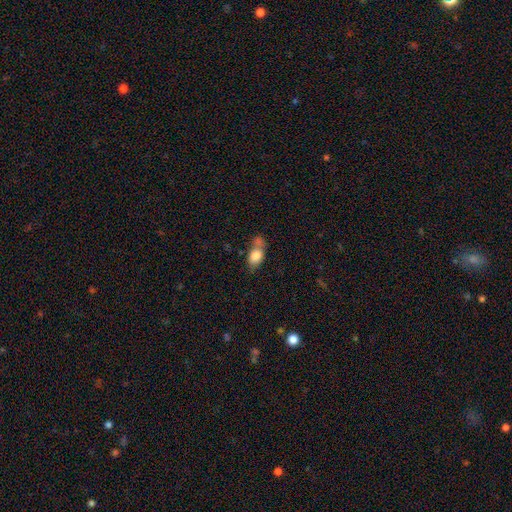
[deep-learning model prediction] Smooth or featured? Predicted: smooth (p=0.79). How rounded? Predicted: in between (p=0.81). Merging? Predicted: merger (p=0.41).